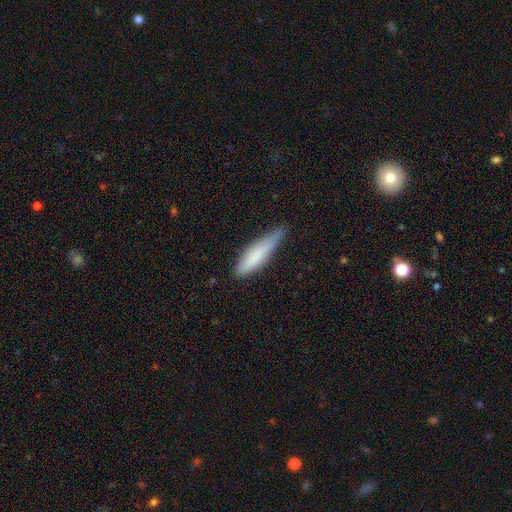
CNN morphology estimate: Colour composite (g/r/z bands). It shows a smooth galaxy with no disk features (78%) that is cigar-shaped (75%). Merging: none (58%).